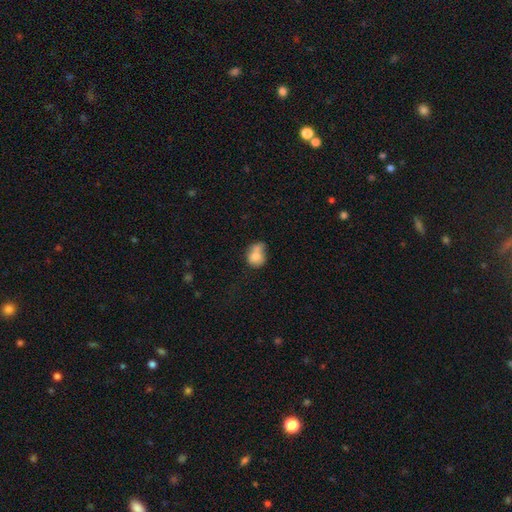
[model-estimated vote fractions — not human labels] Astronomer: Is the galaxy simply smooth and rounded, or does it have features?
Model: smooth — 73%.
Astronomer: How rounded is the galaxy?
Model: round — 62%.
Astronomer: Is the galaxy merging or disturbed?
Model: merger — 40% (runner-up: none, 29%).